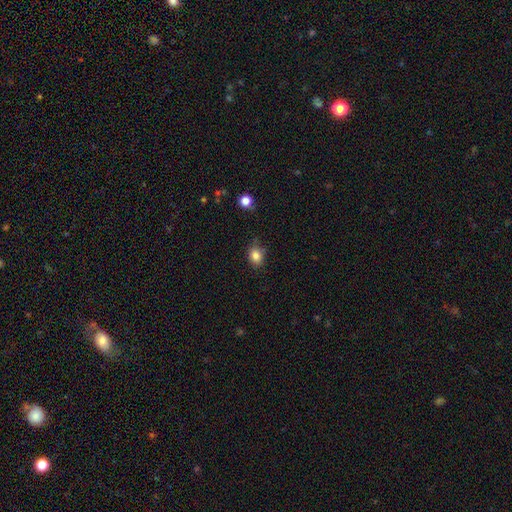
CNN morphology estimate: Smooth or featured? Predicted: smooth (p=0.84). How rounded? Predicted: round (p=0.56). Merging? Predicted: none (p=0.78).